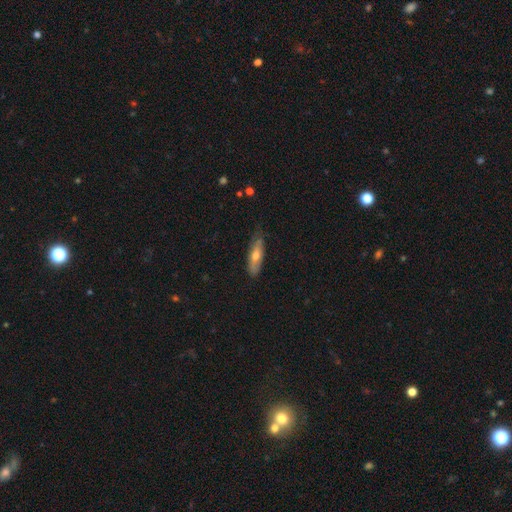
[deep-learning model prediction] Q: Smooth or featured?
A: smooth (58%); runner-up: featured or disk (36%)
Q: How rounded?
A: cigar-shaped (53%); runner-up: in between (45%)
Q: Merging?
A: none (67%); runner-up: minor disturbance (26%)